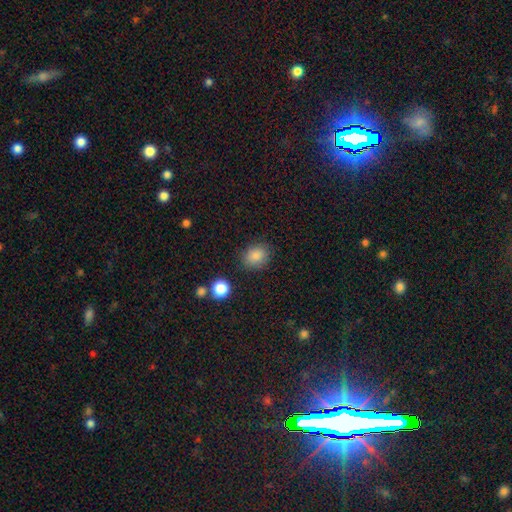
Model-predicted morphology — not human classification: Smooth or featured?
  - smooth: 85% *
  - star or artifact: 10%
  - featured or disk: 5%
How rounded?
  - round: 60% *
  - in between: 39%
  - cigar-shaped: 1%
Merging?
  - none: 82% *
  - minor disturbance: 12%
  - major disturbance: 4%
  - merger: 2%